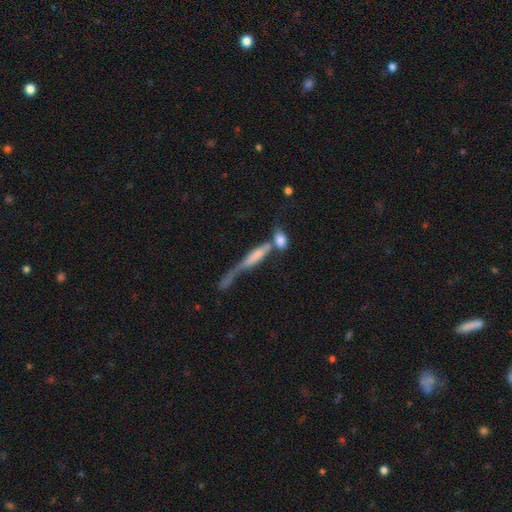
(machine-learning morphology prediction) A smooth galaxy with no disk features (54%) that is cigar-shaped (68%).

Vote fractions:
- Smooth or featured? smooth: 54% / featured or disk: 37% / star or artifact: 9%
- How rounded? cigar-shaped: 68% / in between: 27% / round: 5%
- Merging? merger: 52% / major disturbance: 18% / none: 18% / minor disturbance: 11%